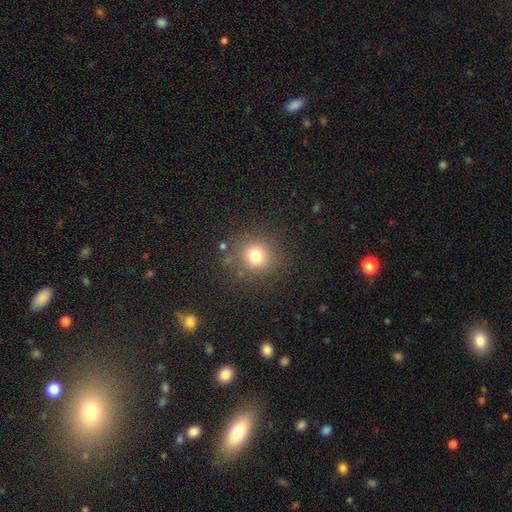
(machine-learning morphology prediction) Q: Smooth or featured?
A: smooth (77%); runner-up: star or artifact (15%)
Q: How rounded?
A: round (89%); runner-up: in between (10%)
Q: Merging?
A: none (83%); runner-up: minor disturbance (10%)